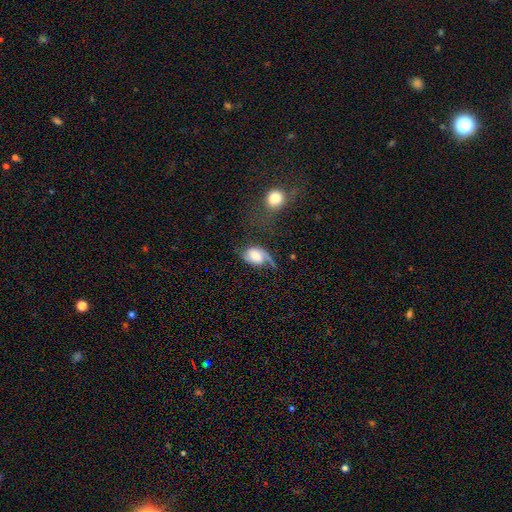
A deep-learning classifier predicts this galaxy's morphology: This appears to be a smooth galaxy with no disk features (46%). Merging: major disturbance (33%).